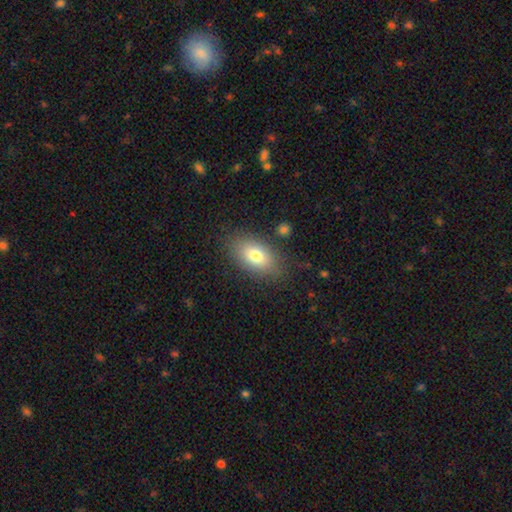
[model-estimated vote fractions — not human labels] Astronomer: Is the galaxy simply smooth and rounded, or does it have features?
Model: smooth — 76%.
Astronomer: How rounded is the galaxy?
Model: in between — 89%.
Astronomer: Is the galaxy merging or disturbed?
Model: none — 79%.